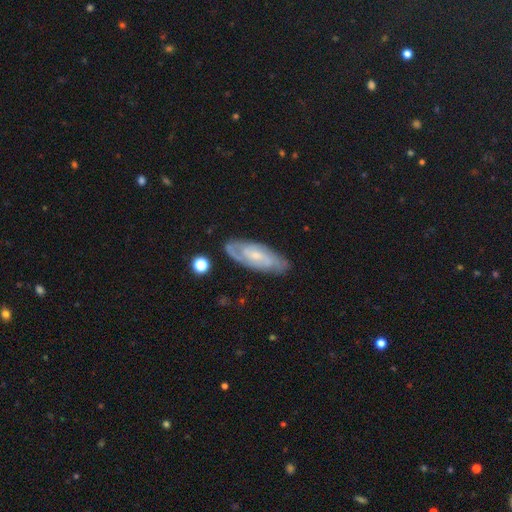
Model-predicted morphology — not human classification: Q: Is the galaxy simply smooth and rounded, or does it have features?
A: featured or disk — 78%.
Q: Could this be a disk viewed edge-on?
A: no — 90%.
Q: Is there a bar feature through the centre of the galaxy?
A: no — 51%.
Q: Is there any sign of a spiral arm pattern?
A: yes — 93%.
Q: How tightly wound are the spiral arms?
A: tight — 55%.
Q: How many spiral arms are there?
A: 2 — 53%.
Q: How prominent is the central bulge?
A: small — 66%.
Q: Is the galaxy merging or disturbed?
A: none — 79%.